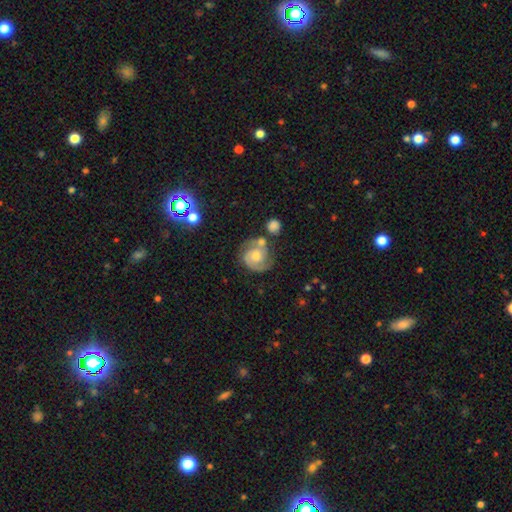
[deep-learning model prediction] Smooth or featured? featured or disk (80%)
Edge-on disk? no (98%)
Bar? no (71%)
Spiral arms? yes (95%)
Spiral winding? tight (50%)
Spiral arm count? 2 (84%)
Bulge size? moderate (62%)
Merging? none (61%)